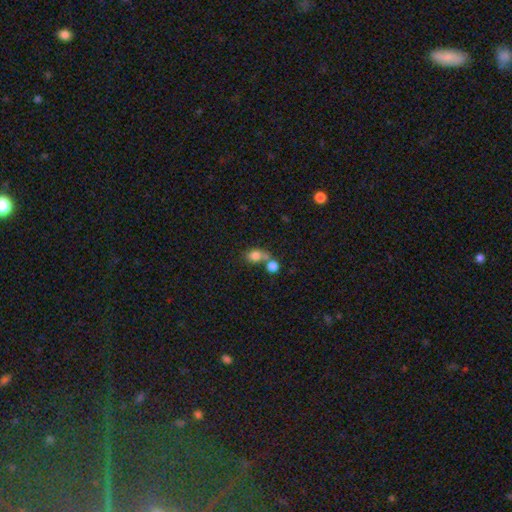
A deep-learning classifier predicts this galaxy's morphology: Q: Smooth or featured?
A: smooth (79%); runner-up: star or artifact (11%)
Q: How rounded?
A: round (54%); runner-up: in between (45%)
Q: Merging?
A: merger (47%); runner-up: none (38%)